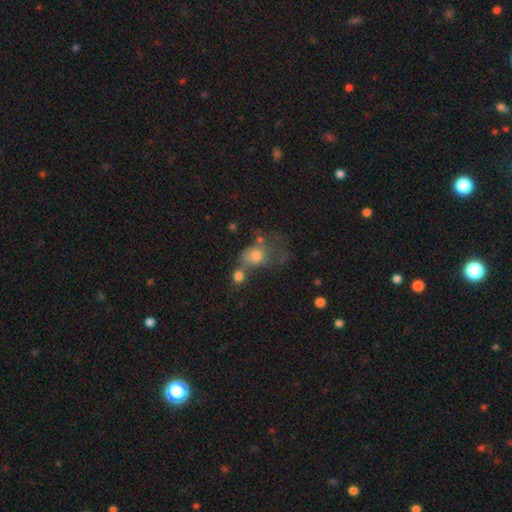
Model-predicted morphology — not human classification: Q: Smooth or featured?
A: smooth (65%); runner-up: featured or disk (23%)
Q: How rounded?
A: round (50%); runner-up: in between (48%)
Q: Merging?
A: merger (40%); runner-up: major disturbance (26%)